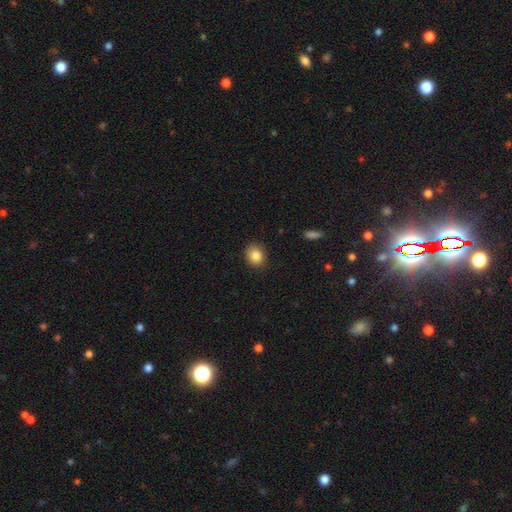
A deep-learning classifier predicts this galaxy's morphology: A smooth galaxy with no disk features (86%) that is round (59%). Merging: none (87%).